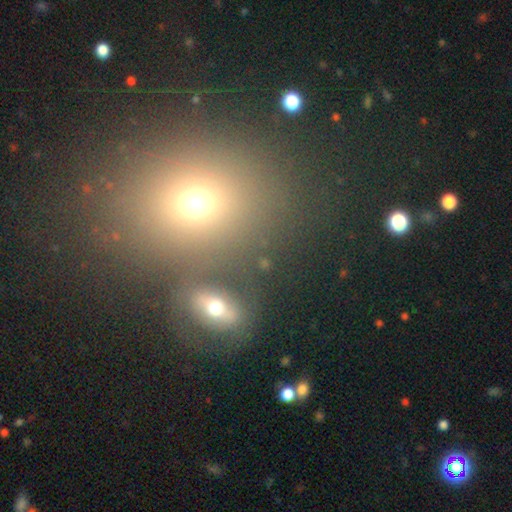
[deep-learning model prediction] A smooth galaxy with no disk features (57%) that is round (50%). Merging: none (69%).